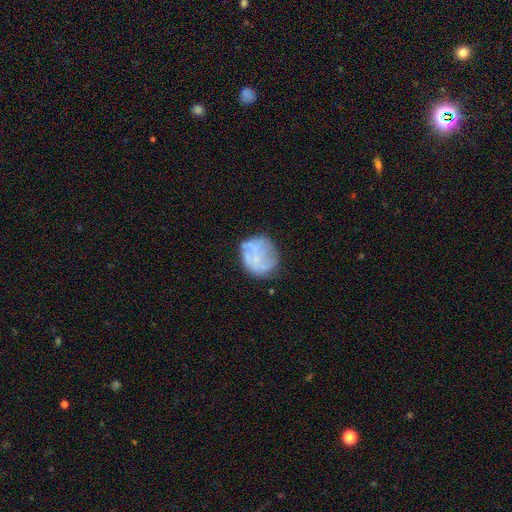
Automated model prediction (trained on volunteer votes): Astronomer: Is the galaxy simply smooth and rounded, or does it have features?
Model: featured or disk — 46% (runner-up: smooth, 44%).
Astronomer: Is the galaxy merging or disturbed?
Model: none — 63%.